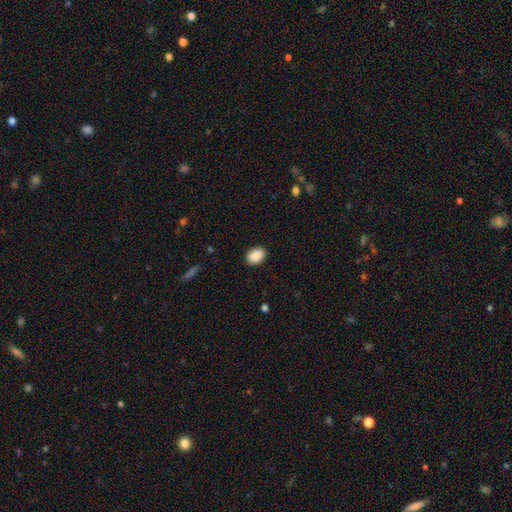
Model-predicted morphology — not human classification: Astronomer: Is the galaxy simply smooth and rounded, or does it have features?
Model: smooth — 90%.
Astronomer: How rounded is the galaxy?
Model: in between — 82%.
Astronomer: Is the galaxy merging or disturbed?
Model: none — 90%.